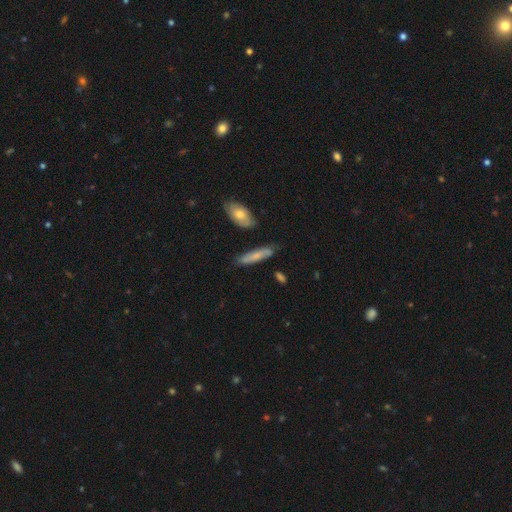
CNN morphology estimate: The model was most divided on "smooth or featured": smooth: 66%, featured or disk: 27%, star or artifact: 7%. More confident: merging — none (76%); how rounded — cigar-shaped (74%).